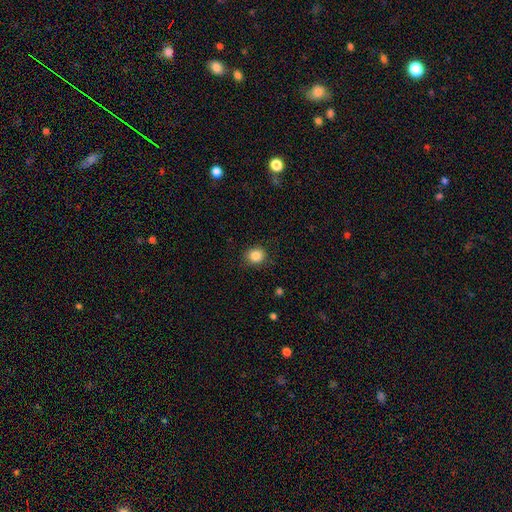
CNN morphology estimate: Smooth or featured?
  - smooth: 85% *
  - star or artifact: 10%
  - featured or disk: 5%
How rounded?
  - round: 79% *
  - in between: 20%
  - cigar-shaped: 1%
Merging?
  - none: 86% *
  - minor disturbance: 10%
  - major disturbance: 3%
  - merger: 1%